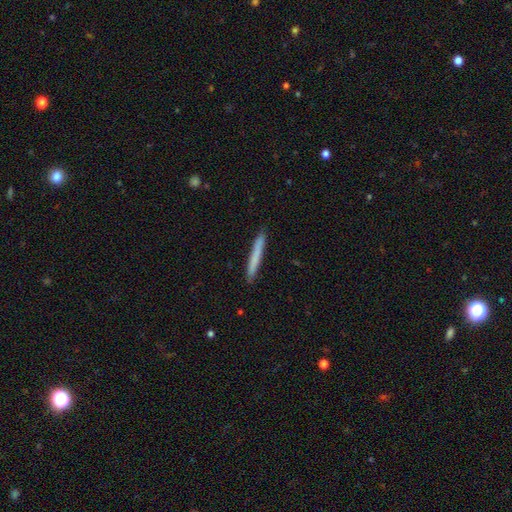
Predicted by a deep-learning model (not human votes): Smooth or featured? smooth (72%)
How rounded? cigar-shaped (97%)
Merging? none (92%)